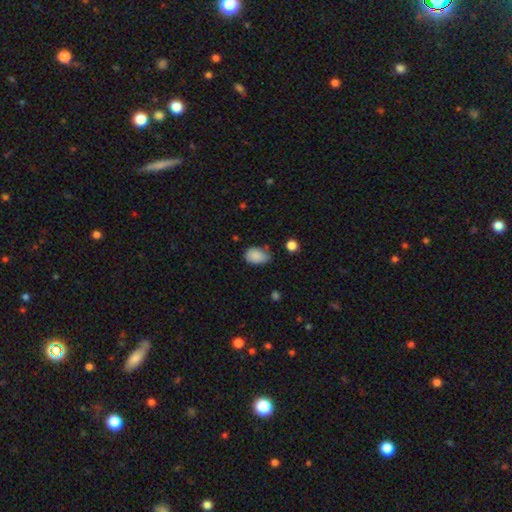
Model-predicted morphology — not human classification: Smooth or featured?
  - smooth: 86% *
  - star or artifact: 8%
  - featured or disk: 6%
How rounded?
  - in between: 83% *
  - round: 15%
  - cigar-shaped: 1%
Merging?
  - none: 56% *
  - minor disturbance: 34%
  - major disturbance: 6%
  - merger: 4%